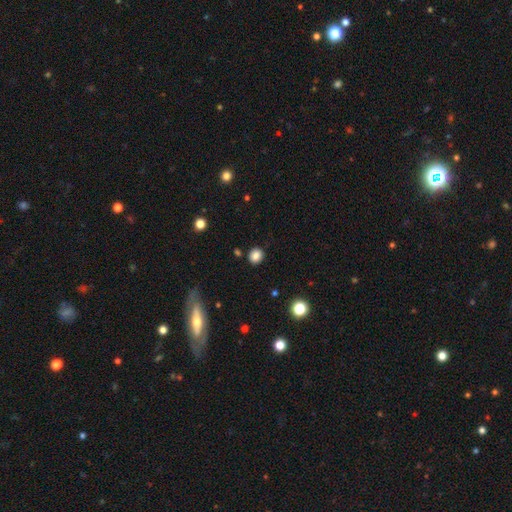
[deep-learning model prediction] smooth-or-featured: smooth: 84% | star or artifact: 11% | featured or disk: 5%
  how-rounded: round: 79% | in between: 20% | cigar-shaped: 1%
  merging: none: 88% | minor disturbance: 8% | major disturbance: 2% | merger: 2%